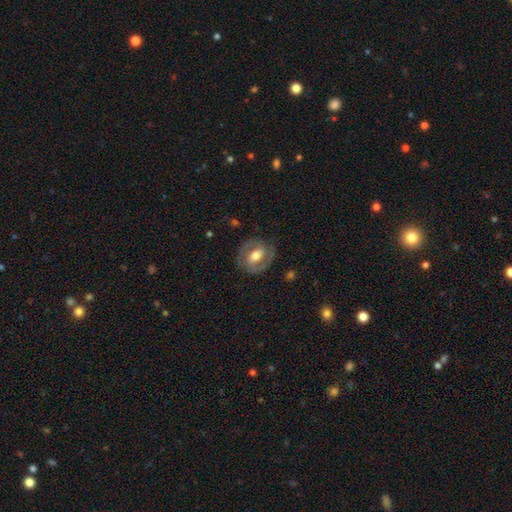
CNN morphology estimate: featured or disk 76%, smooth 18%, star or artifact 5%. Down the decision tree: edge-on disk — no (97%); bar — weak (41%); spiral arms — yes (87%); spiral arm count — 2 (89%); spiral winding — medium (45%); bulge size — moderate (66%); merging — none (82%).